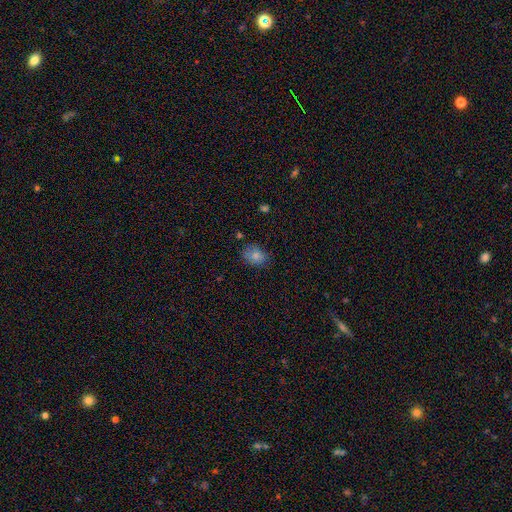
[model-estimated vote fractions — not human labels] Smooth or featured? smooth (75%)
How rounded? in between (59%)
Merging? none (78%)